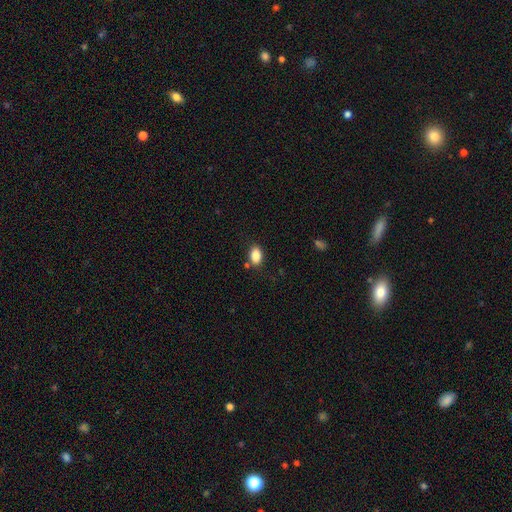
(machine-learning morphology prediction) type=smooth (86%); roundness=in between (86%); merging=none (79%).